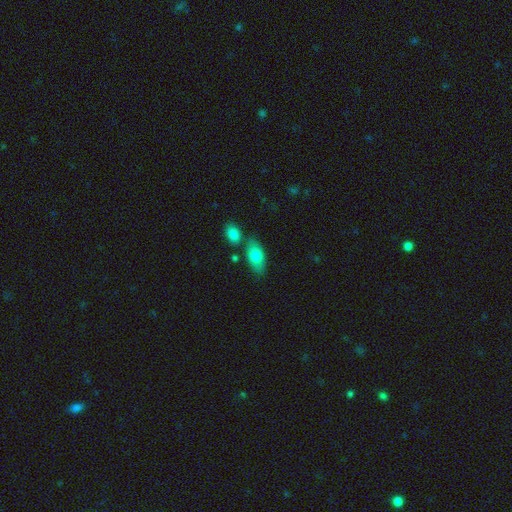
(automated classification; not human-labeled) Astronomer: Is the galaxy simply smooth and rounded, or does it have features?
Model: smooth — 76%.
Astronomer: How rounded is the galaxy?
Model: in between — 87%.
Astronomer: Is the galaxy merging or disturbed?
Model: none — 71%.